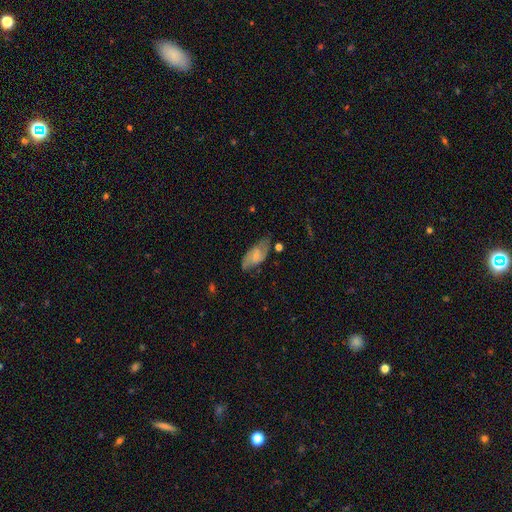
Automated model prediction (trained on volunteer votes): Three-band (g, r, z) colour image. It shows a featured or disk galaxy (53%). Merging: none (63%).